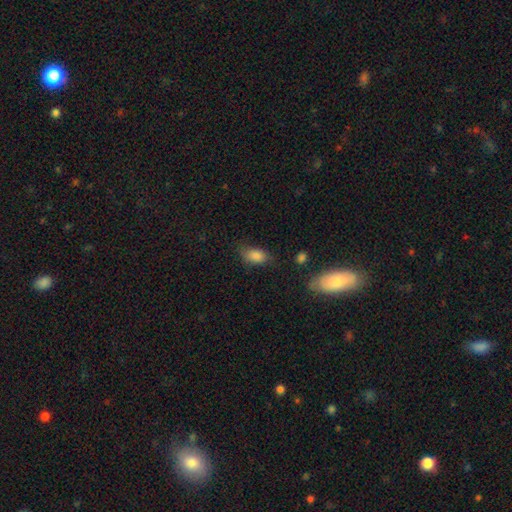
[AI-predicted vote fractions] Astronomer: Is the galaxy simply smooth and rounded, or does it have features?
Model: smooth — 84%.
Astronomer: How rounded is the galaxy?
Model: in between — 88%.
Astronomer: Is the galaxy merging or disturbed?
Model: none — 65%.